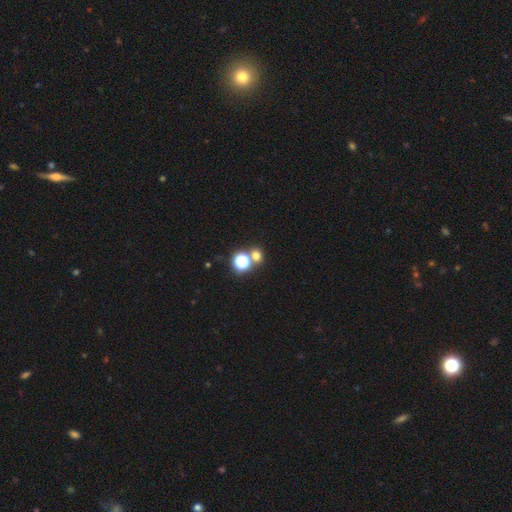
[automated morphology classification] Smooth or featured?
  - smooth: 64% *
  - star or artifact: 29%
  - featured or disk: 7%
How rounded?
  - round: 78% *
  - in between: 21%
  - cigar-shaped: 1%
Merging?
  - none: 65% *
  - merger: 25%
  - minor disturbance: 7%
  - major disturbance: 3%